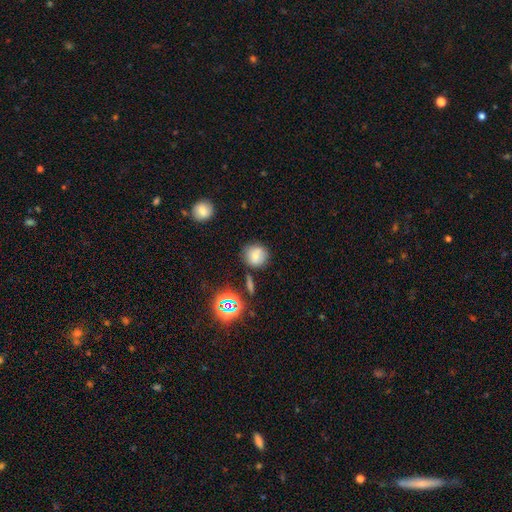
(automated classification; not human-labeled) smooth-or-featured: smooth: 73% | star or artifact: 15% | featured or disk: 12%
  how-rounded: round: 88% | in between: 11% | cigar-shaped: 1%
  merging: none: 77% | minor disturbance: 13% | merger: 7% | major disturbance: 4%